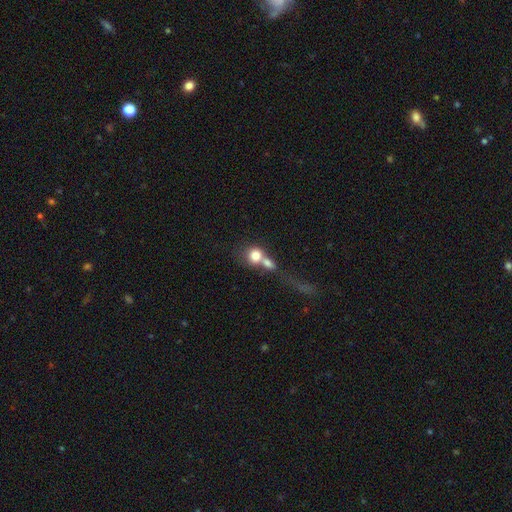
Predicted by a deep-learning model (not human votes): A smooth galaxy with no disk features (74%) that is round (68%).

Vote fractions:
- Smooth or featured? smooth: 74% / featured or disk: 17% / star or artifact: 9%
- How rounded? round: 68% / in between: 30% / cigar-shaped: 2%
- Merging? merger: 65% / none: 19% / major disturbance: 9% / minor disturbance: 6%